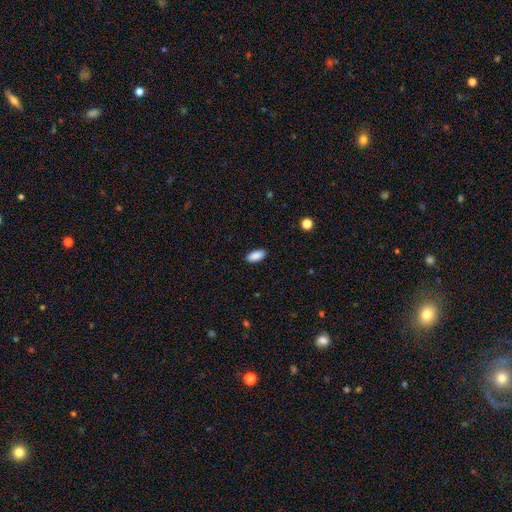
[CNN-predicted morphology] smooth-or-featured: smooth: 89% | star or artifact: 7% | featured or disk: 4%
  how-rounded: in between: 91% | cigar-shaped: 7% | round: 2%
  merging: none: 89% | minor disturbance: 8% | major disturbance: 2% | merger: 1%